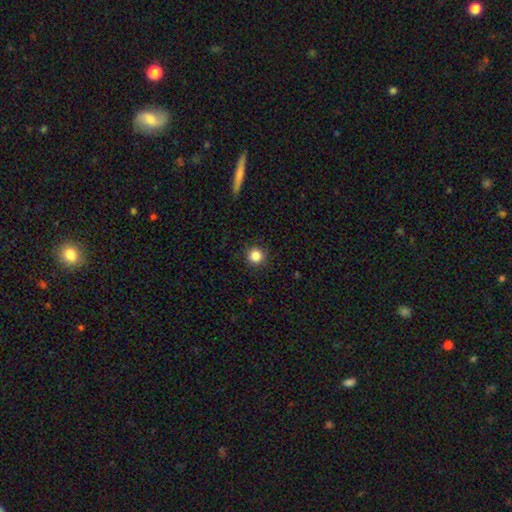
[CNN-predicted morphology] A smooth galaxy with no disk features (85%) that is round (96%). Merging: none (92%).